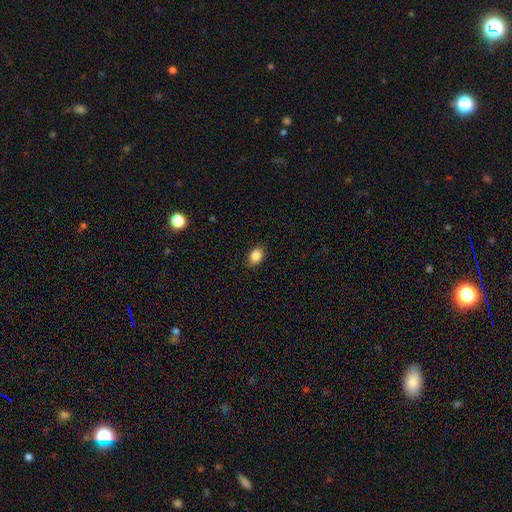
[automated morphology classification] Smooth or featured?
  - smooth: 85% *
  - star or artifact: 9%
  - featured or disk: 6%
How rounded?
  - in between: 75% *
  - round: 24%
  - cigar-shaped: 1%
Merging?
  - none: 87% *
  - minor disturbance: 10%
  - major disturbance: 2%
  - merger: 1%